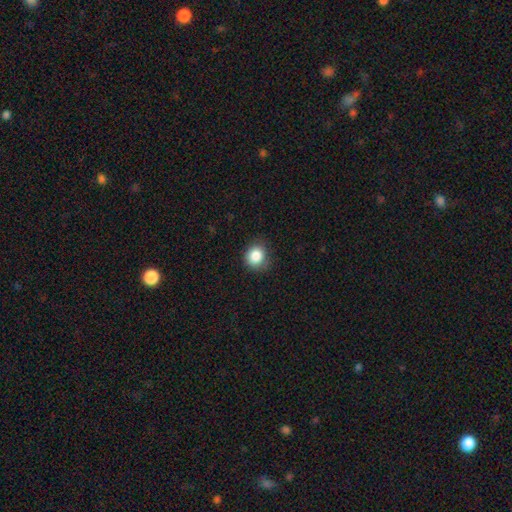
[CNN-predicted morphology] Overall: smooth (85%). How rounded: round (83%). Merging: none (79%).